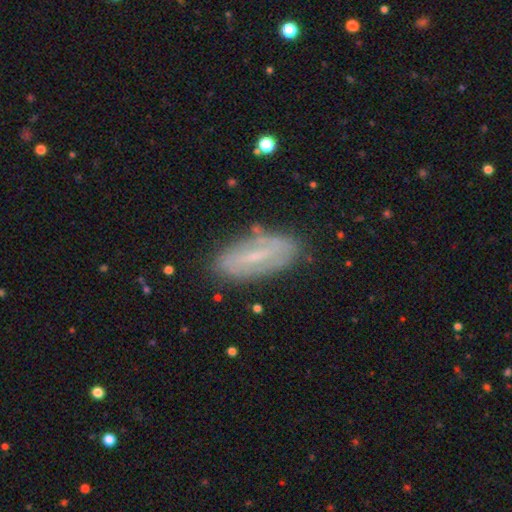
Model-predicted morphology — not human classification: A featured or disk galaxy (57%). Merging: none (77%).